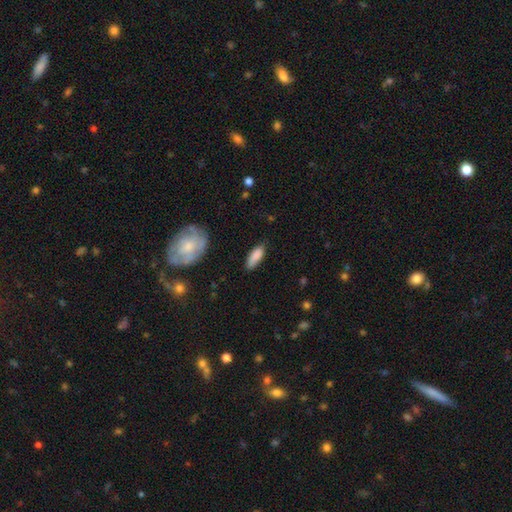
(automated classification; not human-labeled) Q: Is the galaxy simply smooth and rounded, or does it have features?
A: smooth — 85%.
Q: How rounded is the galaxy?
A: in between — 65%.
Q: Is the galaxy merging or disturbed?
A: none — 74%.